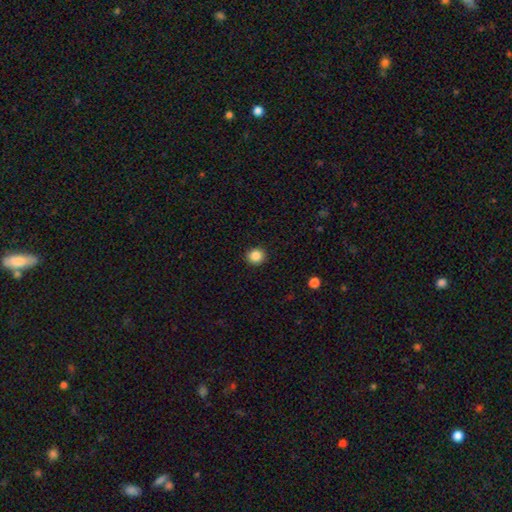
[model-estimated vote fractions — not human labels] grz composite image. It shows a smooth galaxy with no disk features (86%) that is round (91%). Merging: none (92%).